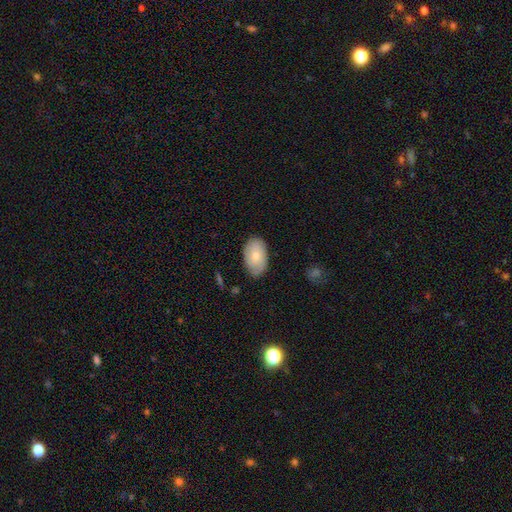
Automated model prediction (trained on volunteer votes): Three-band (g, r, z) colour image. It shows a smooth galaxy with no disk features (68%) that is in between round and cigar-shaped (92%). Merging: none (77%).